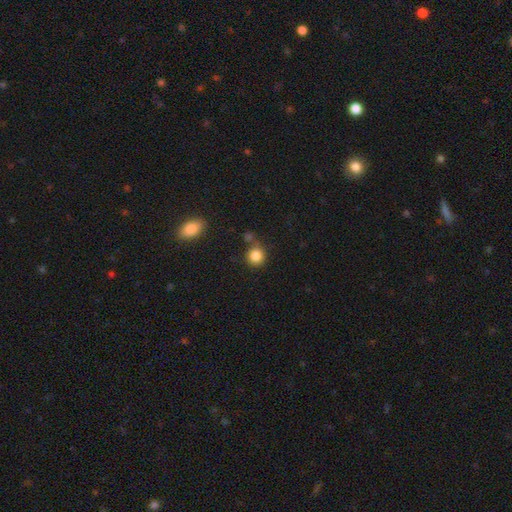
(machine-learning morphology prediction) This appears to be a smooth galaxy with no disk features (85%) that is round (88%). Merging: none (68%).